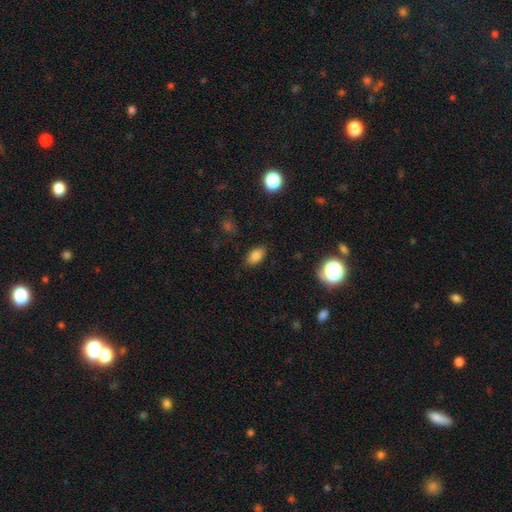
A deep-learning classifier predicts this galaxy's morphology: This is clearly a smooth galaxy (82%). How rounded: clearly in between (91%). Merging: clearly none (86%).